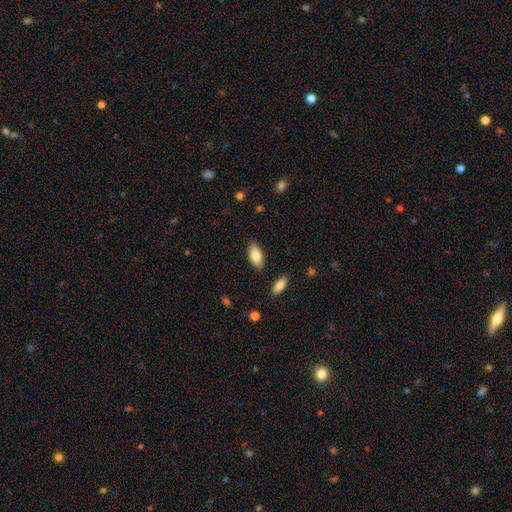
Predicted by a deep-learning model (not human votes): Morphology: type=smooth (80%); roundness=in between (88%); merging=none (85%).